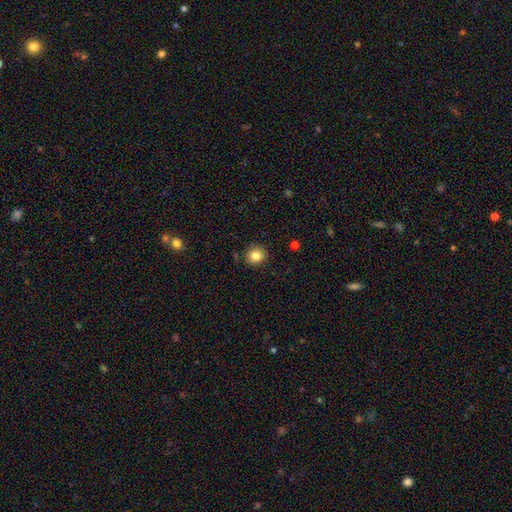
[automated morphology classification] Smooth or featured: smooth — 83% (star or artifact — 11%)
How rounded: round — 88% (in between — 11%)
Merging: none — 89% (minor disturbance — 8%)